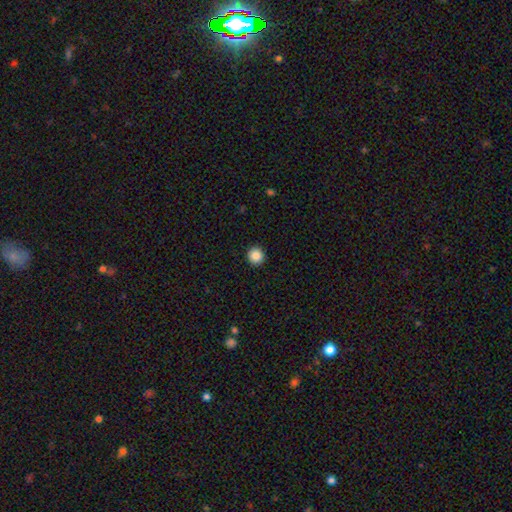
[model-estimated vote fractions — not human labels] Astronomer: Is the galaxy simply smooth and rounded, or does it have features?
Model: smooth — 87%.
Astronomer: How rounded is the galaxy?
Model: round — 94%.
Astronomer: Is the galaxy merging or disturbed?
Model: none — 93%.